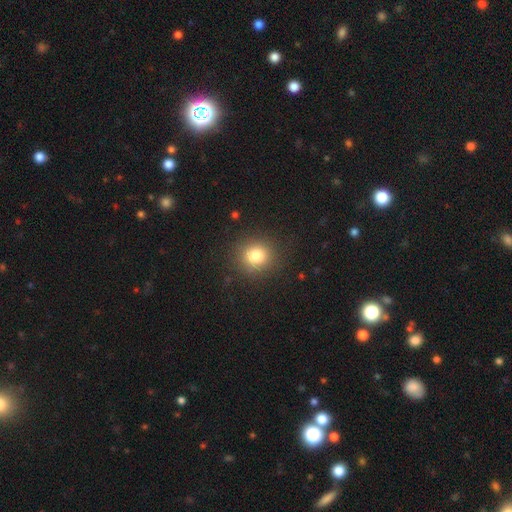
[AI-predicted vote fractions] Smooth or featured: smooth — 80% (star or artifact — 12%)
How rounded: round — 86% (in between — 13%)
Merging: none — 87% (minor disturbance — 8%)